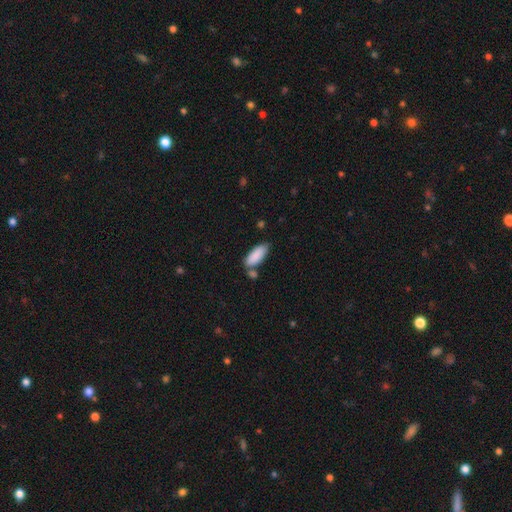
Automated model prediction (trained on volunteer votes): Smooth or featured: smooth — 88% (featured or disk — 6%)
How rounded: in between — 77% (cigar-shaped — 21%)
Merging: none — 61% (merger — 18%)